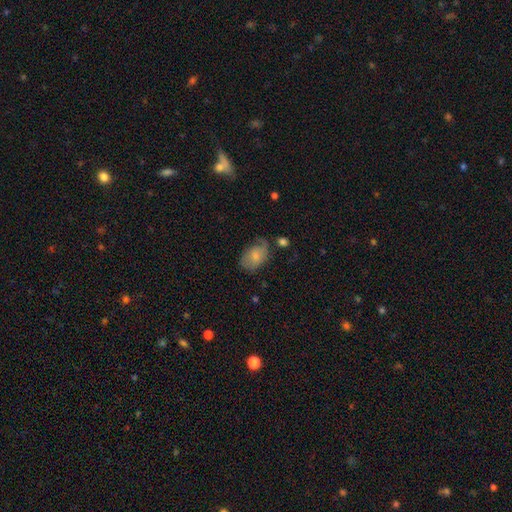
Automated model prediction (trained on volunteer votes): Smooth or featured? Predicted: smooth (p=0.64). How rounded? Predicted: in between (p=0.85). Merging? Predicted: none (p=0.47).